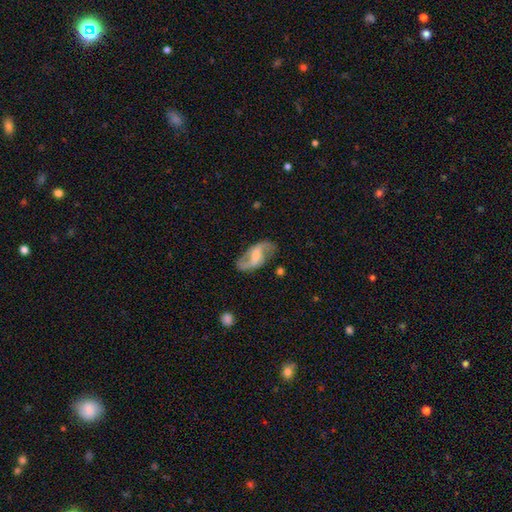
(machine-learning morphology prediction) This is likely a featured or disk galaxy (79%). It is clearly not viewed edge-on (96%). Bar: possibly weak (47%). Spiral arm pattern: clearly yes (92%). Spiral arm count: clearly 2 (91%). Spiral winding: possibly loose (58%). Central bulge: marginally small (43%). Merging: likely none (77%).